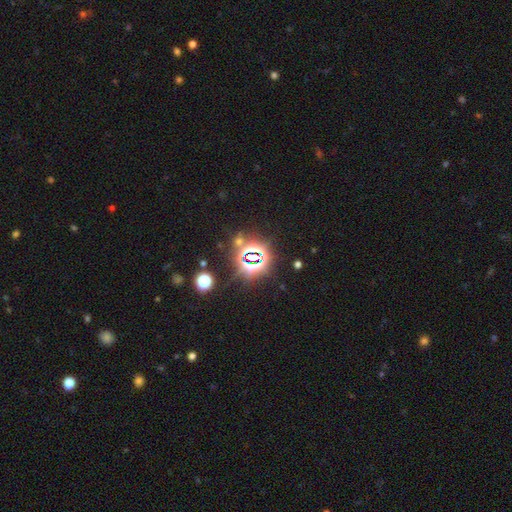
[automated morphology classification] The model was most divided on "smooth or featured": star or artifact: 80%, smooth: 12%, featured or disk: 7%.